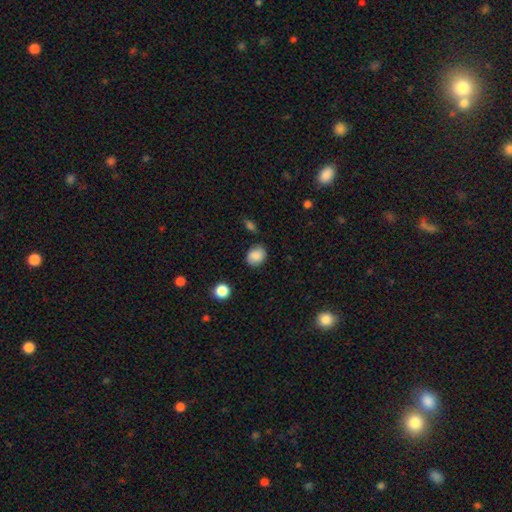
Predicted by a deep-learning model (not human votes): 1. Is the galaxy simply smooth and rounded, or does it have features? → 83% smooth, 9% star or artifact, 8% featured or disk.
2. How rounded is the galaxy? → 54% round, 45% in between, 1% cigar-shaped.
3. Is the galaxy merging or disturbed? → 78% none, 16% minor disturbance, 4% major disturbance, 3% merger.